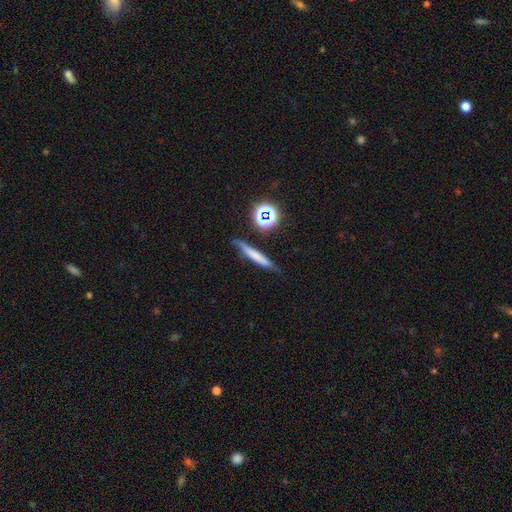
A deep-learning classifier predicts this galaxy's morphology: Smooth or featured?
  - smooth: 61% *
  - featured or disk: 28%
  - star or artifact: 12%
How rounded?
  - cigar-shaped: 90% *
  - in between: 6%
  - round: 4%
Merging?
  - none: 73% *
  - minor disturbance: 19%
  - major disturbance: 5%
  - merger: 3%